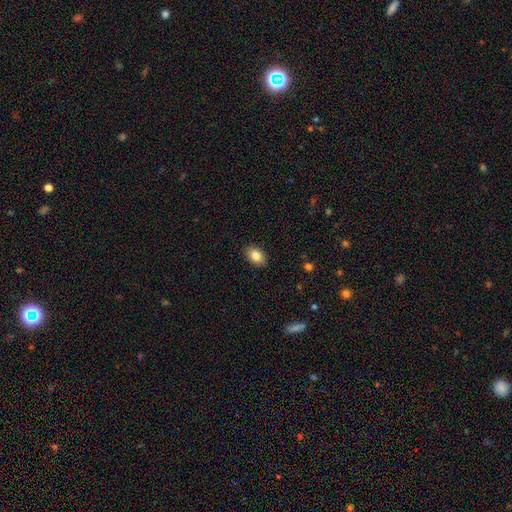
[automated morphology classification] smooth 85%, star or artifact 8%, featured or disk 7%. Down the decision tree: how rounded — in between (87%); merging — none (89%).